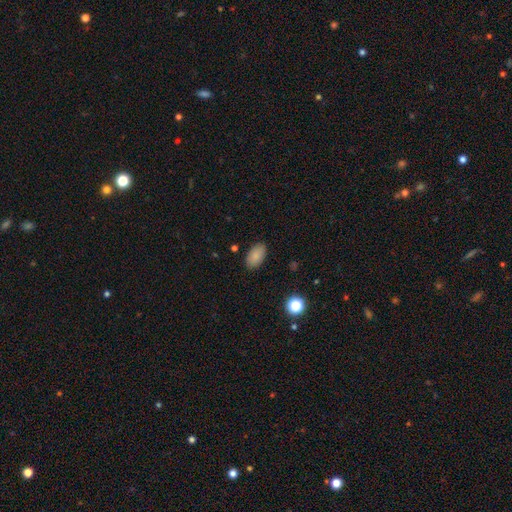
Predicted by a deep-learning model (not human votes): Smooth or featured? Predicted: smooth (p=0.86). How rounded? Predicted: in between (p=0.93). Merging? Predicted: none (p=0.87).